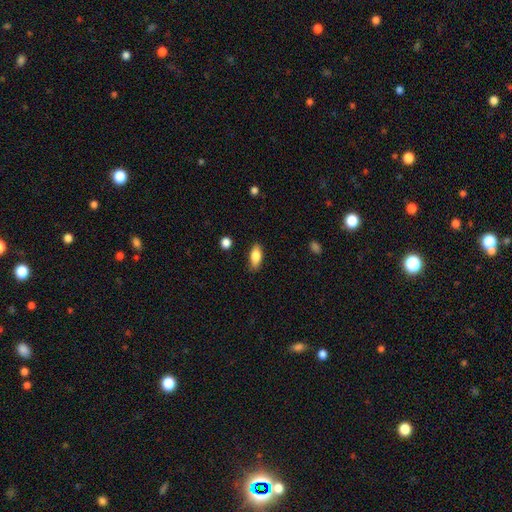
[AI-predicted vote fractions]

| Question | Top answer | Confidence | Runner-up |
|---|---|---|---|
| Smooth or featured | smooth | 84% | featured or disk (9%) |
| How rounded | in between | 84% | cigar-shaped (12%) |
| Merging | none | 83% | minor disturbance (13%) |